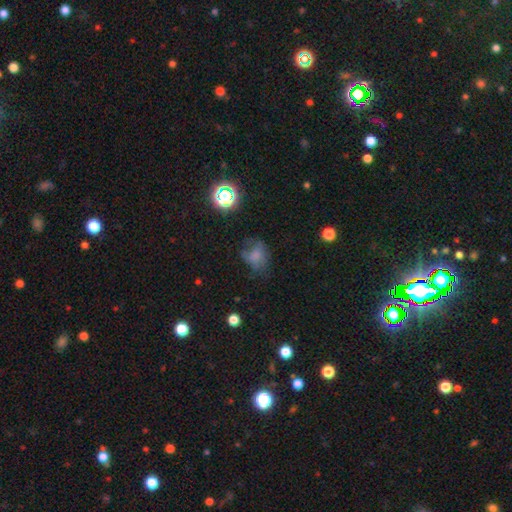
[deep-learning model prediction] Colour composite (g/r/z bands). It shows a smooth galaxy with no disk features (57%) that is in between round and cigar-shaped (52%). Merging: none (44%).